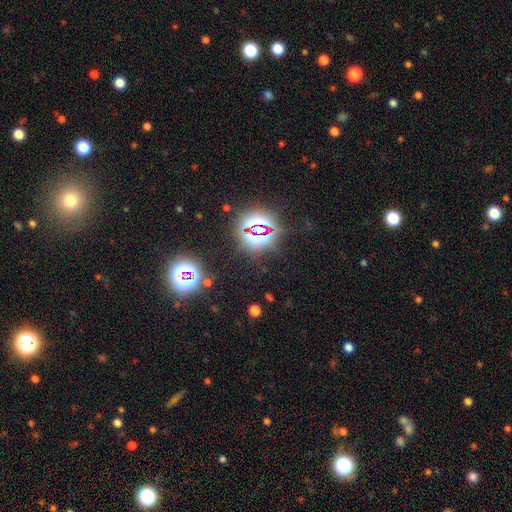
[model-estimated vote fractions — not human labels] The model was most divided on "smooth or featured": star or artifact: 78%, smooth: 14%, featured or disk: 8%.